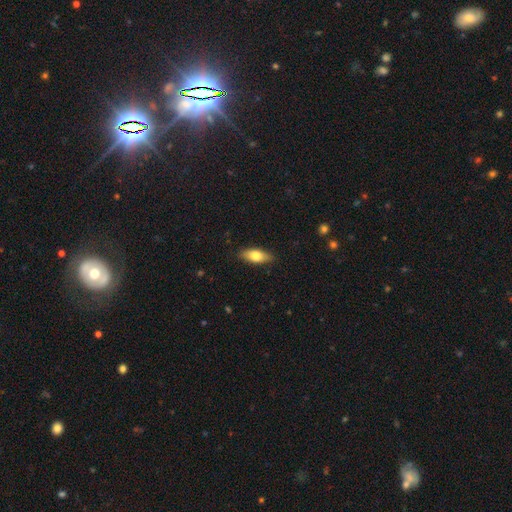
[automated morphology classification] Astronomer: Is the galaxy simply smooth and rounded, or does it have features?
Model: smooth — 74%.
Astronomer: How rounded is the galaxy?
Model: in between — 78%.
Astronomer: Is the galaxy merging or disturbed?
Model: none — 86%.